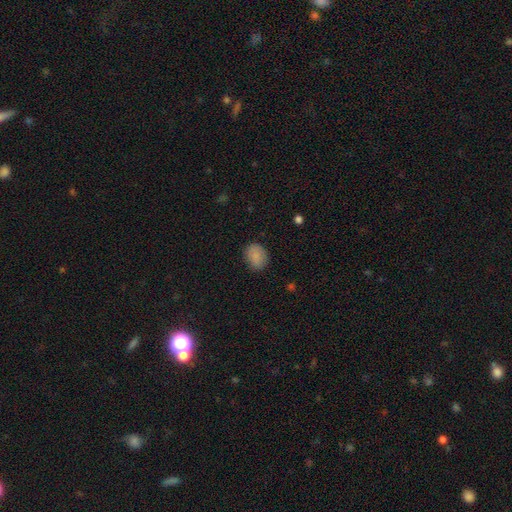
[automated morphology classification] smooth_or_featured: smooth (p=0.85) [alt: star or artifact p=0.09]
how_rounded: in between (p=0.58) [alt: round p=0.41]
merging: none (p=0.80) [alt: minor disturbance p=0.15]